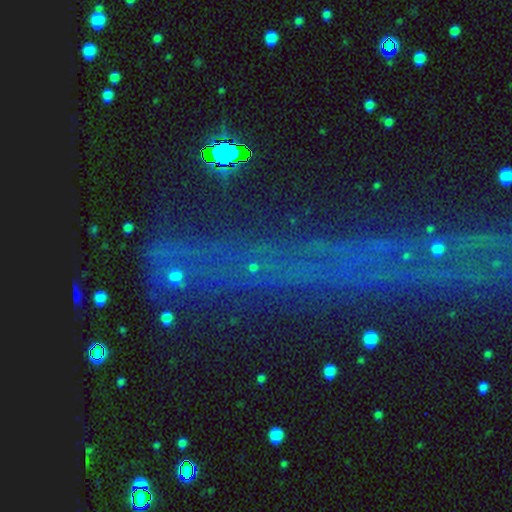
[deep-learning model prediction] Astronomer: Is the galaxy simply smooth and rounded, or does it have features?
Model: star or artifact — 71%.